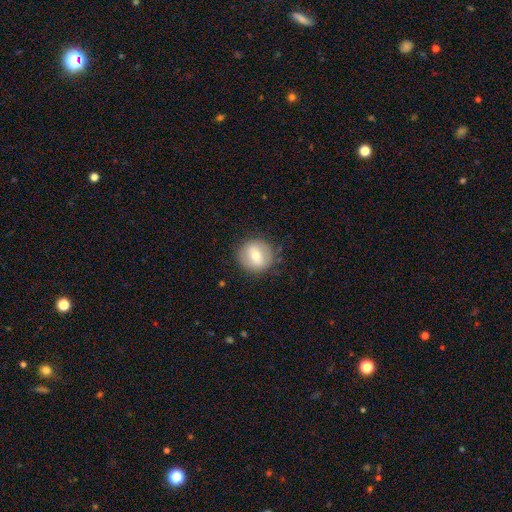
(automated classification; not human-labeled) smooth-or-featured: smooth: 62% | featured or disk: 30% | star or artifact: 8%
  how-rounded: round: 89% | in between: 10% | cigar-shaped: 1%
  merging: none: 82% | minor disturbance: 12% | major disturbance: 4% | merger: 1%